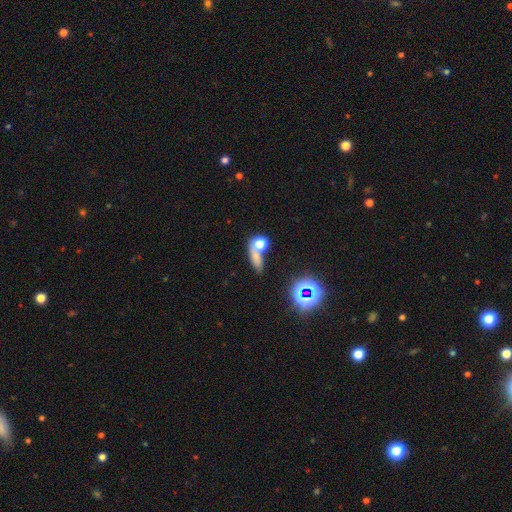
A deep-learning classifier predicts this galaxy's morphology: Overall: smooth (65%). How rounded: in between (43%; round 38%). Merging: none (43%; merger 35%).